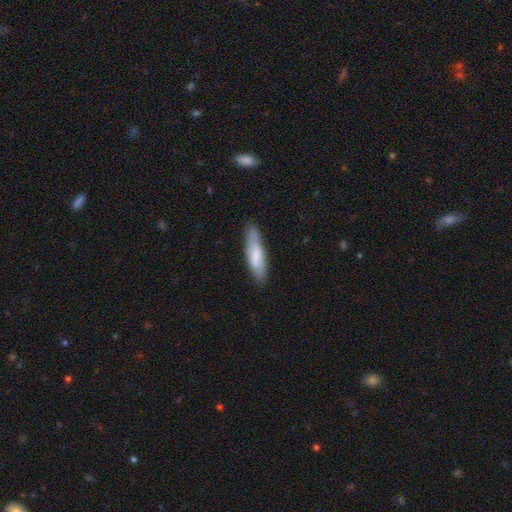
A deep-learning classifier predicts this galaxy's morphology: This appears to be a smooth galaxy with no disk features (75%) that is cigar-shaped (65%). Merging: none (83%).